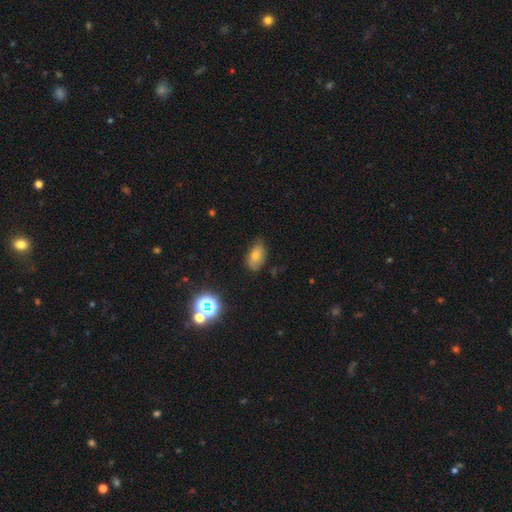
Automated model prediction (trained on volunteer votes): This appears to be a smooth galaxy with no disk features (72%) that is in between round and cigar-shaped (89%). Merging: none (67%).